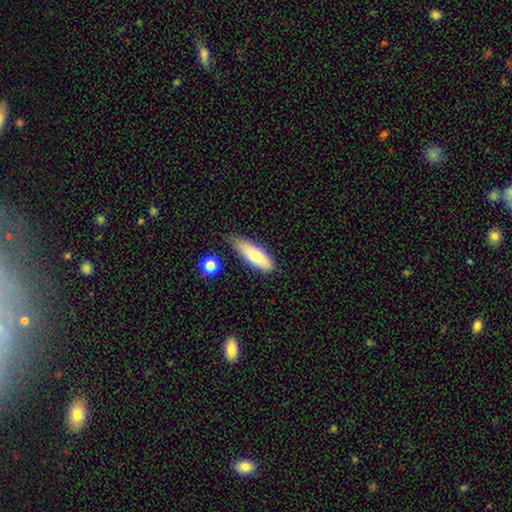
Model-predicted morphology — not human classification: type=smooth (70%); roundness=in between (58%); merging=none (69%).